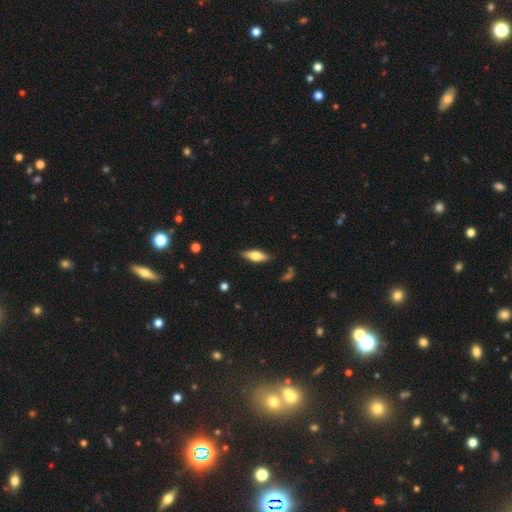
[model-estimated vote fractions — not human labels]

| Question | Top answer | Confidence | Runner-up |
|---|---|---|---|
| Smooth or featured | smooth | 66% | featured or disk (28%) |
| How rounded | in between | 63% | cigar-shaped (35%) |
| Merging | none | 85% | minor disturbance (11%) |